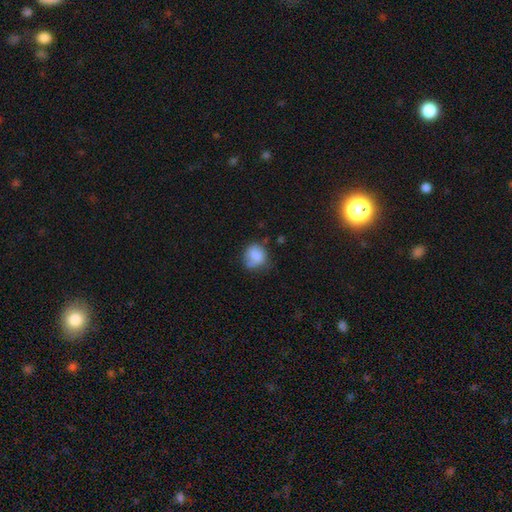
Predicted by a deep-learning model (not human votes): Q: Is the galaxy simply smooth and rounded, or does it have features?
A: smooth — 76%.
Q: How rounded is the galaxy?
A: round — 71%.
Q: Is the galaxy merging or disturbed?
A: none — 50%.